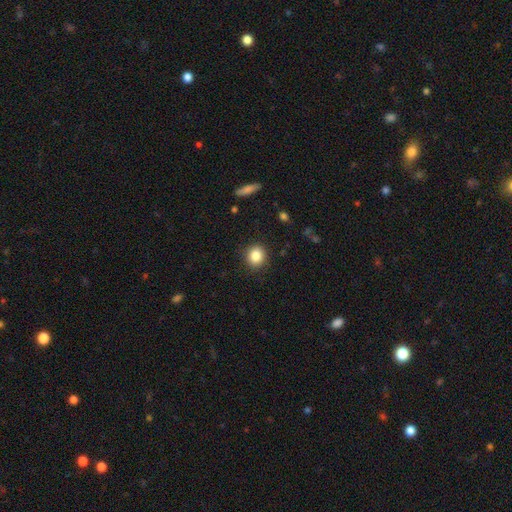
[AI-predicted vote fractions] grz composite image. It shows a smooth galaxy with no disk features (85%) that is round (82%). Merging: none (89%).